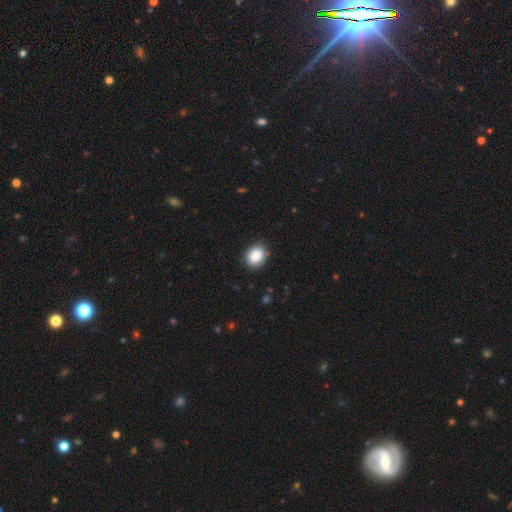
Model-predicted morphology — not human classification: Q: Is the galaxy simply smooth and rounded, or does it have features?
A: smooth — 87%.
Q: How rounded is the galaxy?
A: round — 54%.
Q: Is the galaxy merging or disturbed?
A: none — 83%.